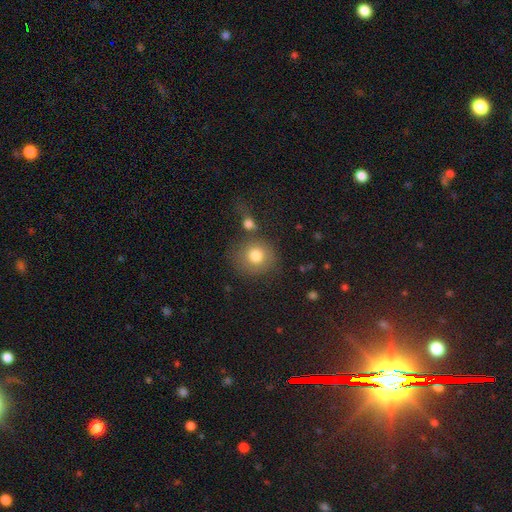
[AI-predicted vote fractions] This appears to be a smooth galaxy with no disk features (79%) that is round (88%). Merging: none (68%).